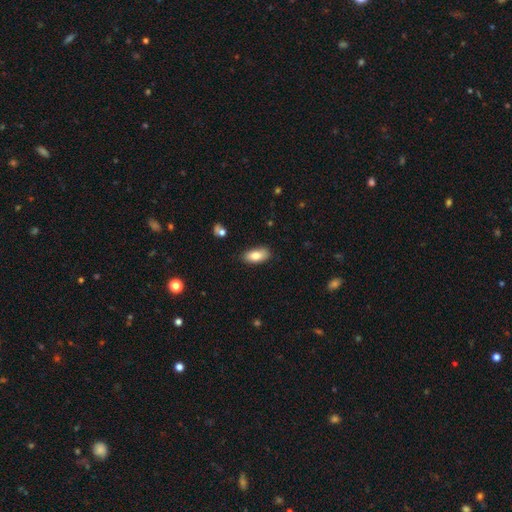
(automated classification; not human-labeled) Smooth or featured? Predicted: smooth (p=0.82). How rounded? Predicted: in between (p=0.90). Merging? Predicted: none (p=0.85).